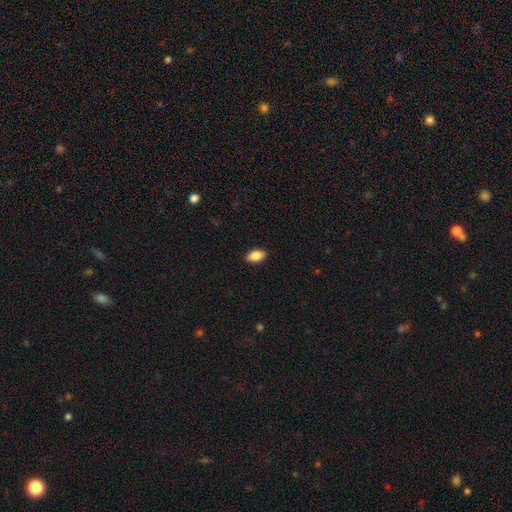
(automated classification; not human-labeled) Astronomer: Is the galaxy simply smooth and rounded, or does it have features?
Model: smooth — 86%.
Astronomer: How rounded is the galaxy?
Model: in between — 91%.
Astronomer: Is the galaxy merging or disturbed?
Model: none — 89%.